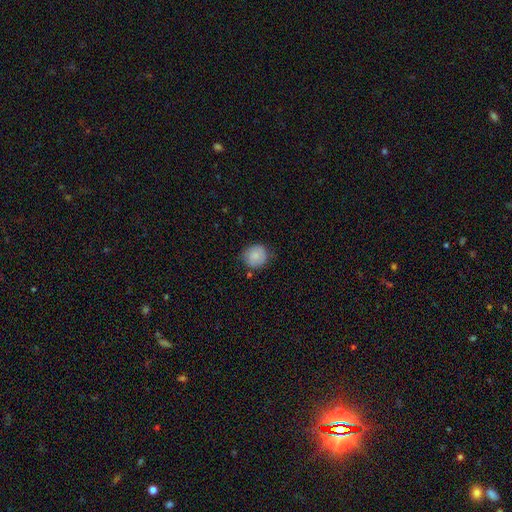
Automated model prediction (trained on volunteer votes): A smooth galaxy with no disk features (84%) that is round (86%). Merging: none (75%).